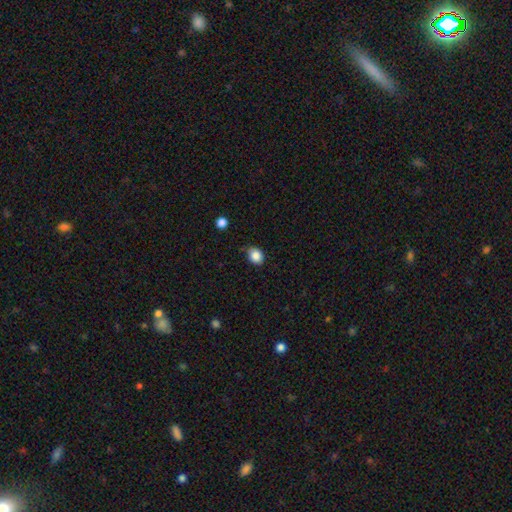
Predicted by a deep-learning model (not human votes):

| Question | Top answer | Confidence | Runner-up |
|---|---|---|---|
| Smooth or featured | smooth | 86% | star or artifact (9%) |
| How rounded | round | 53% | in between (46%) |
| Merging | none | 65% | minor disturbance (28%) |